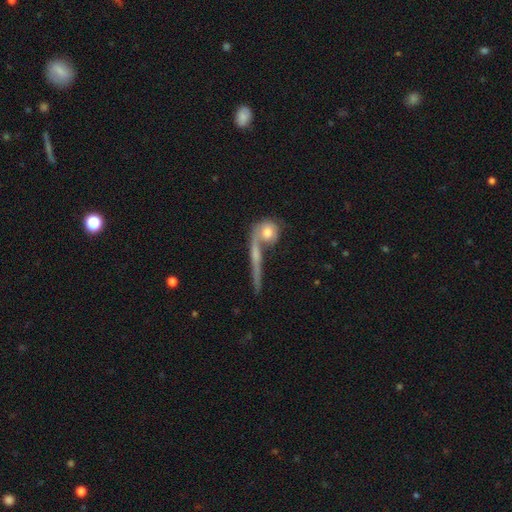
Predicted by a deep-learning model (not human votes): Smooth or featured: featured or disk — 54% (smooth — 37%)
Edge-on disk: yes — 80% (no — 20%)
Merging: none — 54% (merger — 28%)